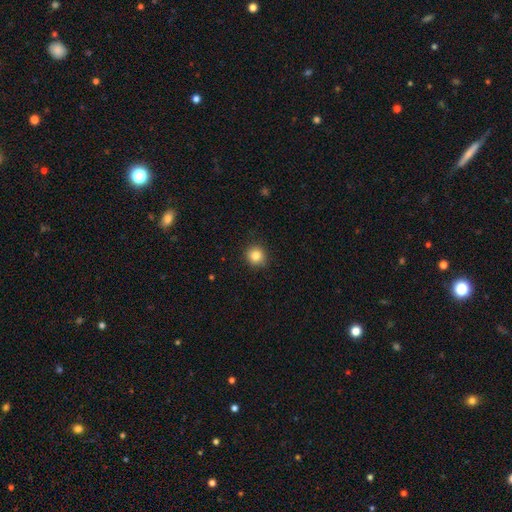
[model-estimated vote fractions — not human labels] The model was most divided on "smooth or featured": smooth: 84%, star or artifact: 10%, featured or disk: 5%. More confident: how rounded — round (92%); merging — none (89%).